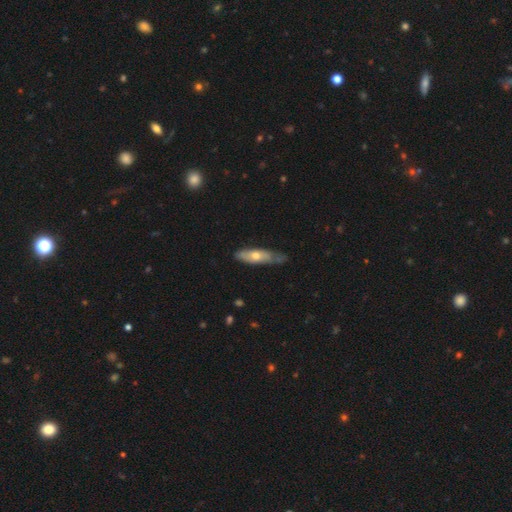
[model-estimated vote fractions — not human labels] smooth 50%, featured or disk 44%, star or artifact 6%. Down the decision tree: how rounded — cigar-shaped (58%); merging — none (52%).